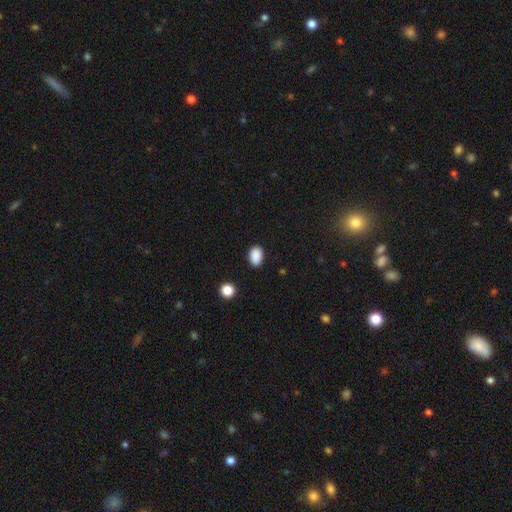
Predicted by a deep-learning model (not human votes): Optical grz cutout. It shows a smooth galaxy with no disk features (89%) that is in between round and cigar-shaped (83%). Merging: none (87%).